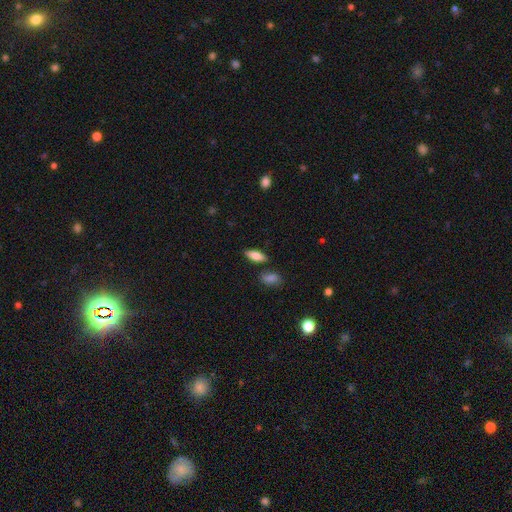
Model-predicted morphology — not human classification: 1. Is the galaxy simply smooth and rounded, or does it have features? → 75% smooth, 18% featured or disk, 7% star or artifact.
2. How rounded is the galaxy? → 72% in between, 25% cigar-shaped, 3% round.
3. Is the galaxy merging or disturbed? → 80% none, 12% minor disturbance, 5% merger, 3% major disturbance.